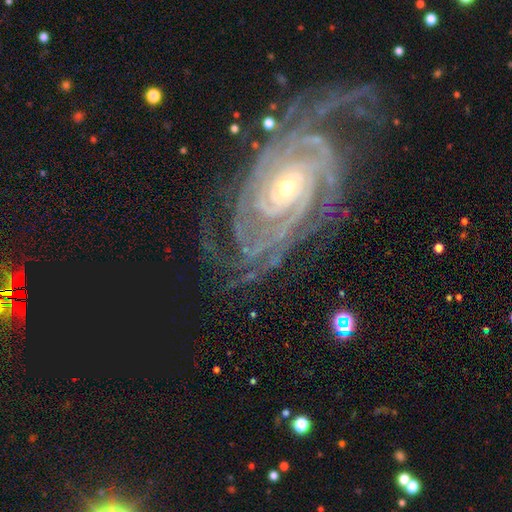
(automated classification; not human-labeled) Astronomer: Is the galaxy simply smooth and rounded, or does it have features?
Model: featured or disk — 91%.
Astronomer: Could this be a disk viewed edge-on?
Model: no — 97%.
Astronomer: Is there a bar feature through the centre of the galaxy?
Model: no — 55%.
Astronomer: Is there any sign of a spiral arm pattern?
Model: yes — 98%.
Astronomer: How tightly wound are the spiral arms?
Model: tight — 79%.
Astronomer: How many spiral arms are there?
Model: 4 — 23% (runner-up: more than 4, 19%).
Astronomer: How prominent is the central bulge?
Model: small — 73%.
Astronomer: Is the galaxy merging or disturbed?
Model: none — 69%.